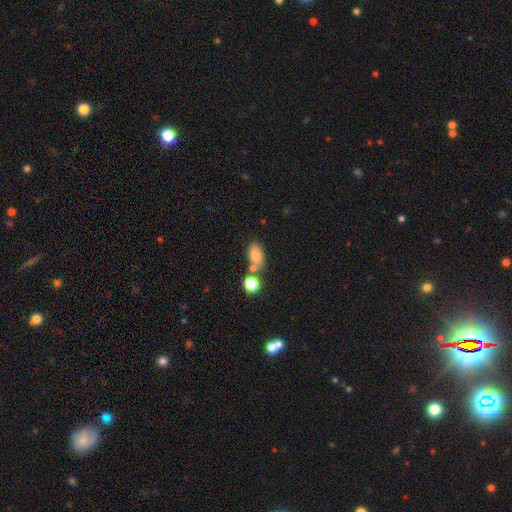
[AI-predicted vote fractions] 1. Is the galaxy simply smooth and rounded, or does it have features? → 81% smooth, 11% star or artifact, 9% featured or disk.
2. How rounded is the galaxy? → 87% in between, 10% round, 3% cigar-shaped.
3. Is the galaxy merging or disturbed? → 65% none, 17% merger, 14% minor disturbance, 4% major disturbance.